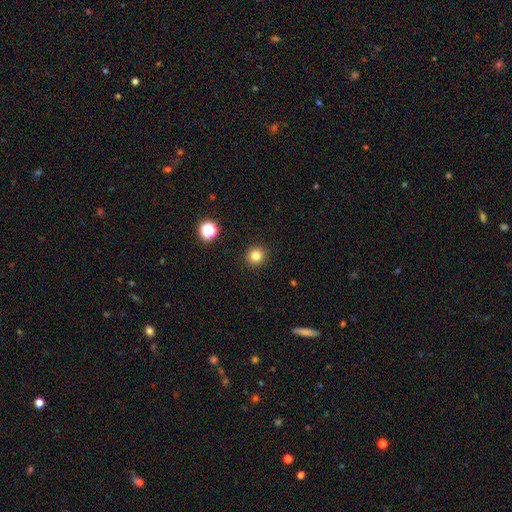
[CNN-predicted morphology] Overall: smooth (81%). How rounded: round (91%). Merging: none (92%).